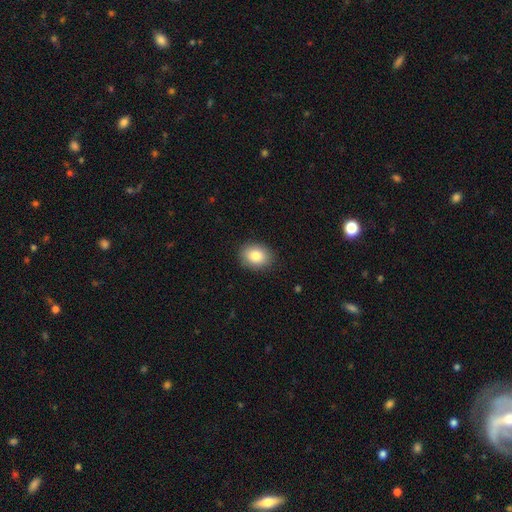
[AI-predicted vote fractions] Smooth or featured? Predicted: smooth (p=0.84). How rounded? Predicted: in between (p=0.57). Merging? Predicted: none (p=0.88).